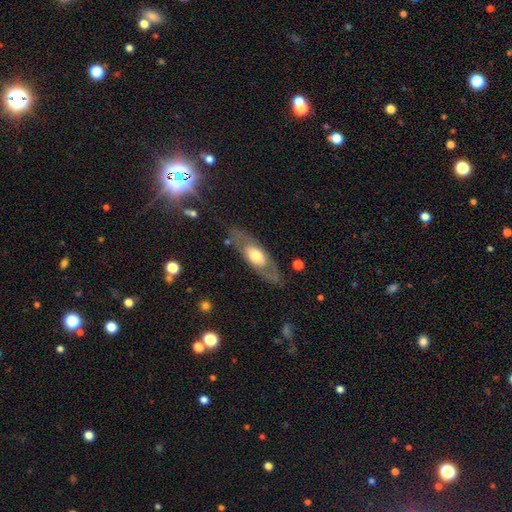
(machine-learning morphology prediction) smooth_or_featured: featured or disk (p=0.53) [alt: smooth p=0.41]
disk_edge_on: no (p=0.66) [alt: yes p=0.34]
merging: none (p=0.75) [alt: minor disturbance p=0.15]